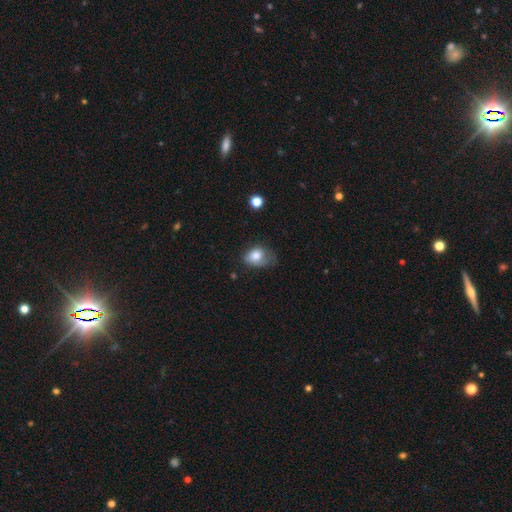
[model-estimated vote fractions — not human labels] A smooth galaxy with no disk features (77%) that is in between round and cigar-shaped (65%). Merging: minor disturbance (39%).